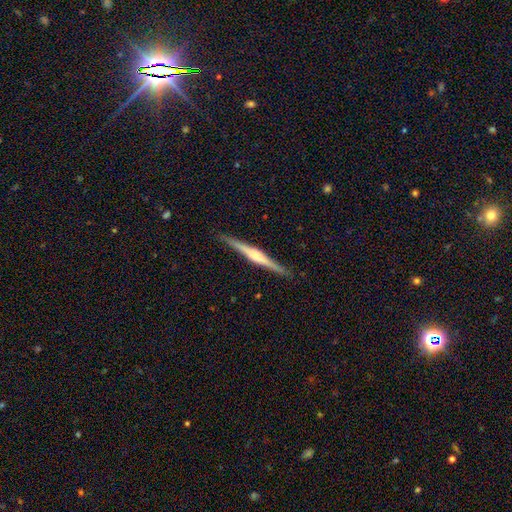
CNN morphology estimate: A featured or disk galaxy (77%) viewed edge-on (98%) with a rounded central bulge (75%).

Vote fractions:
- Smooth or featured? featured or disk: 77% / smooth: 18% / star or artifact: 5%
- Edge-on disk? yes: 98% / no: 2%
- Edge-on bulge? rounded: 75% / boxy: 15% / none: 10%
- Merging? none: 91% / minor disturbance: 7% / major disturbance: 1% / merger: 1%